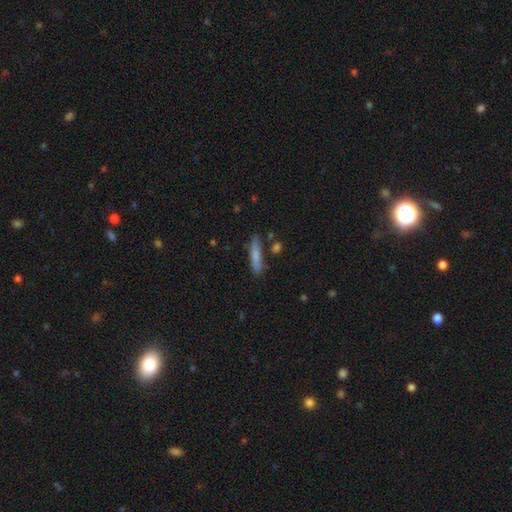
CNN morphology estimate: smooth_or_featured: smooth (p=0.76) [alt: featured or disk p=0.18]
how_rounded: cigar-shaped (p=0.87) [alt: in between p=0.12]
merging: none (p=0.78) [alt: minor disturbance p=0.14]